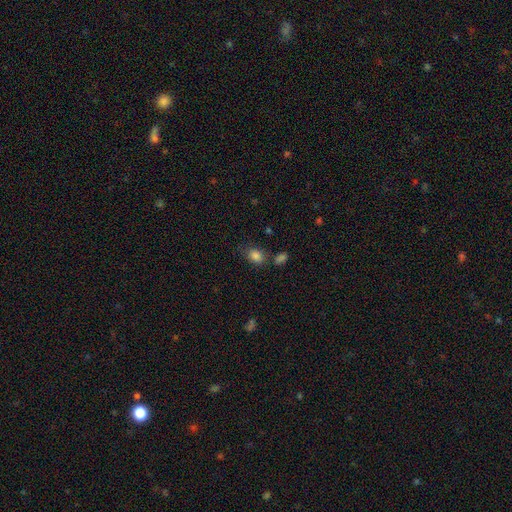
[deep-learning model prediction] This appears to be a smooth galaxy with no disk features (84%) that is in between round and cigar-shaped (73%). Merging: none (65%).